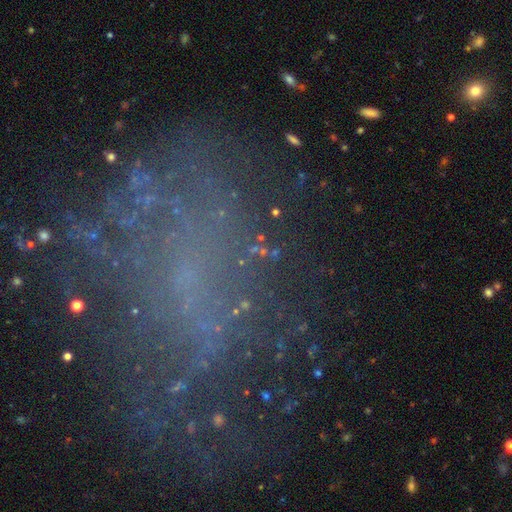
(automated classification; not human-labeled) smooth_or_featured: featured or disk (p=0.43) [alt: star or artifact p=0.31]
merging: none (p=0.53) [alt: major disturbance p=0.25]